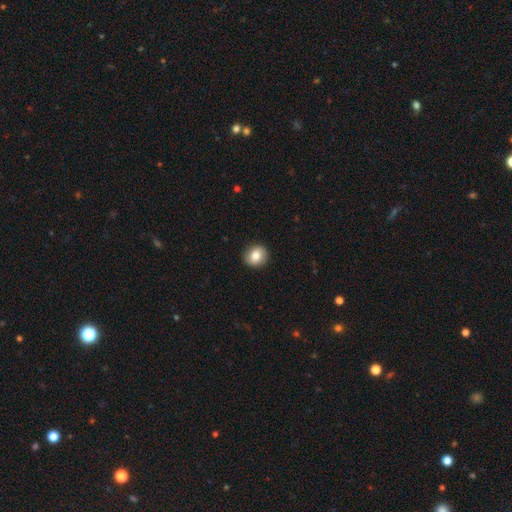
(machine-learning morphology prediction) This appears to be a smooth galaxy with no disk features (77%) that is round (80%). Merging: none (89%).